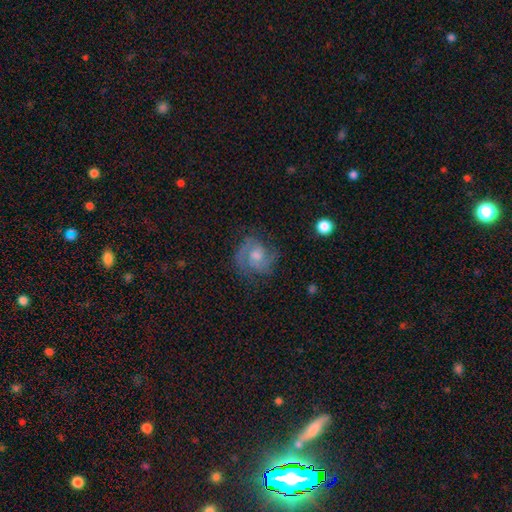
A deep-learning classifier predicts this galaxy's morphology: Q: Smooth or featured?
A: featured or disk (81%); runner-up: smooth (12%)
Q: Edge-on disk?
A: no (98%); runner-up: yes (2%)
Q: Bar?
A: no (62%); runner-up: weak (33%)
Q: Spiral arms?
A: yes (96%); runner-up: no (4%)
Q: Spiral winding?
A: medium (47%); runner-up: tight (42%)
Q: Spiral arm count?
A: 2 (57%); runner-up: 3 (21%)
Q: Bulge size?
A: moderate (54%); runner-up: small (30%)
Q: Merging?
A: none (73%); runner-up: minor disturbance (17%)